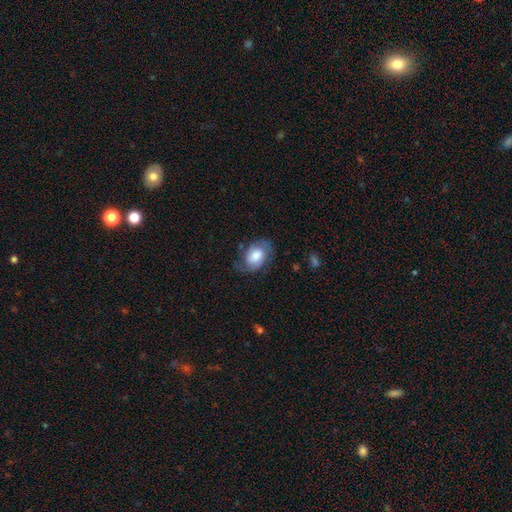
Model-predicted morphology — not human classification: Overall: featured or disk (51%; smooth 41%). Edge-on disk: no (97%). Merging: none (64%).